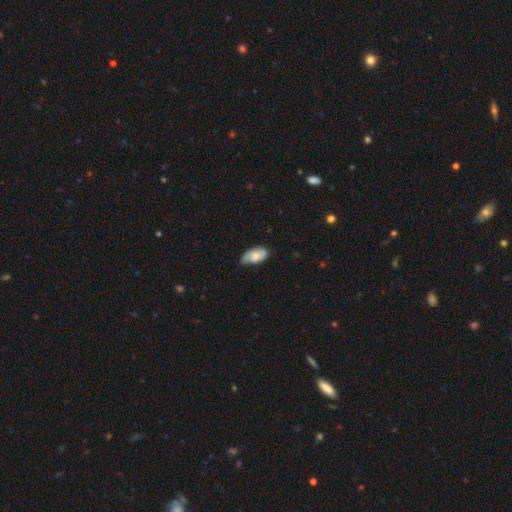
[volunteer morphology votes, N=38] Smooth or featured? smooth (50%)
How rounded? in between (95%)
Merging? none (53%)